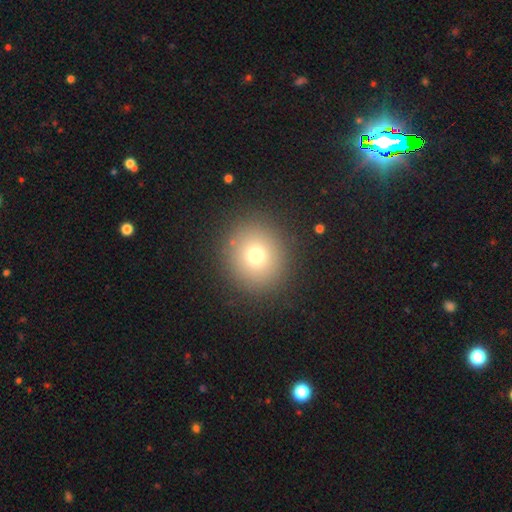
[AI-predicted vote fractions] A smooth galaxy with no disk features (72%) that is round (87%). Merging: none (89%).